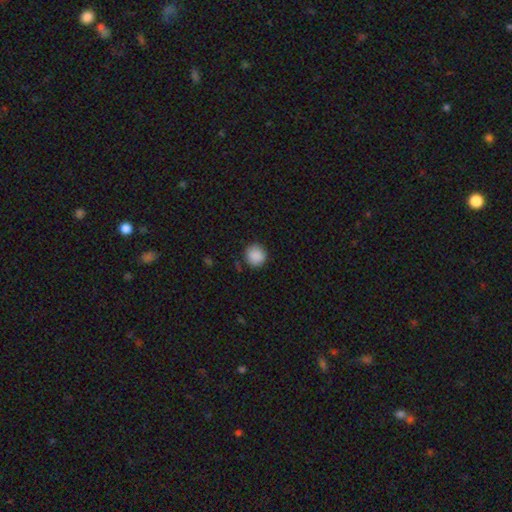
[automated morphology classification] The model was most divided on "merging": none: 86%, minor disturbance: 10%, major disturbance: 3%, merger: 1%. More confident: how rounded — round (91%); smooth or featured — smooth (88%).